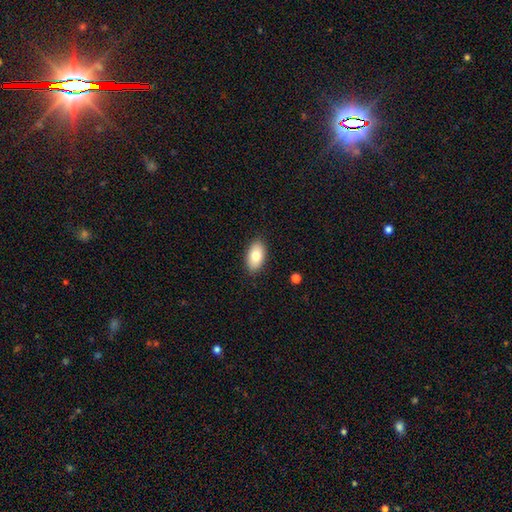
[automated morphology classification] The model was most divided on "smooth or featured": smooth: 80%, featured or disk: 13%, star or artifact: 7%. More confident: how rounded — in between (94%); merging — none (88%).